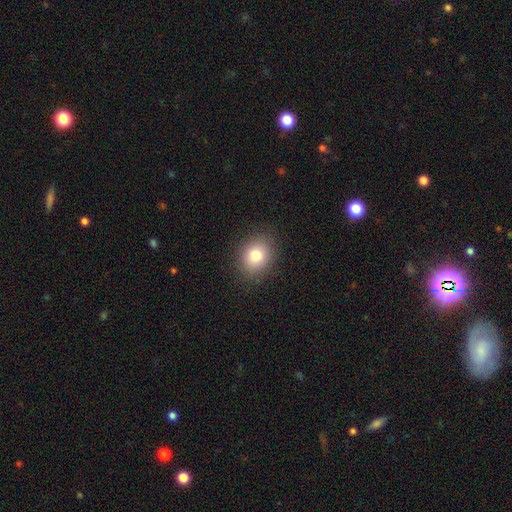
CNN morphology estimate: Smooth or featured: smooth — 81% (star or artifact — 10%)
How rounded: round — 57% (in between — 42%)
Merging: none — 87% (minor disturbance — 9%)